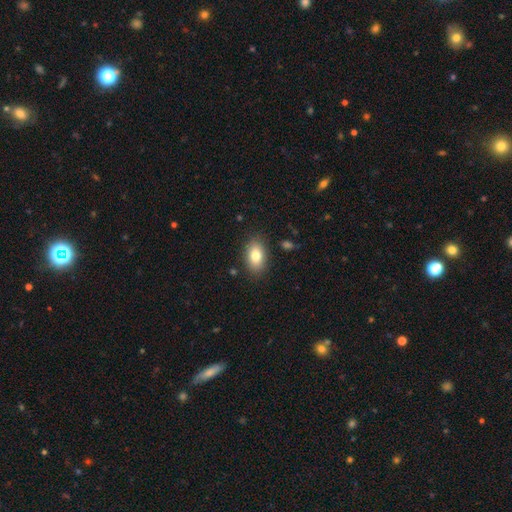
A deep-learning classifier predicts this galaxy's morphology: This is clearly a smooth galaxy (80%). How rounded: clearly in between (88%). Merging: clearly none (86%).